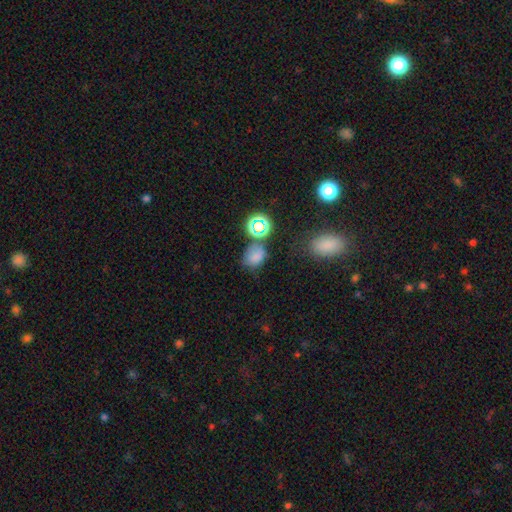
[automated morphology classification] This is likely a smooth galaxy (69%). How rounded: possibly in between (51%). Merging: possibly none (56%).